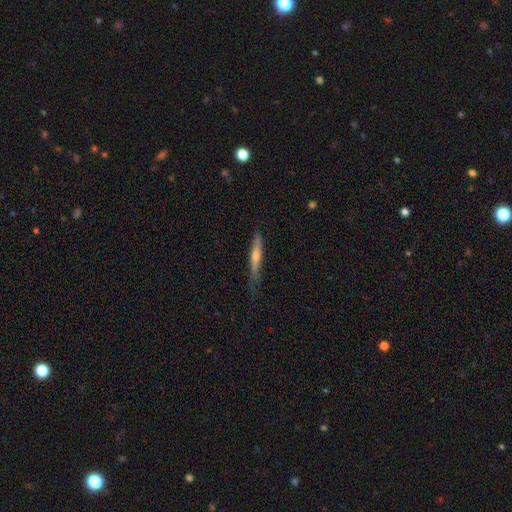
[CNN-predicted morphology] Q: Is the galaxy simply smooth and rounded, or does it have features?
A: featured or disk — 59%.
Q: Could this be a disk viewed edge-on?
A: yes — 93%.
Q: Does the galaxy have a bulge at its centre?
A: rounded — 66%.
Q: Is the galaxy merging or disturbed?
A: none — 74%.